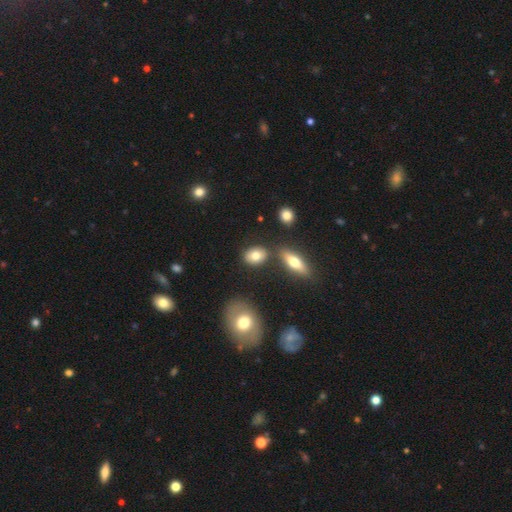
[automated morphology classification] Smooth or featured: smooth — 76% (featured or disk — 16%)
How rounded: in between — 71% (round — 26%)
Merging: none — 78% (minor disturbance — 11%)